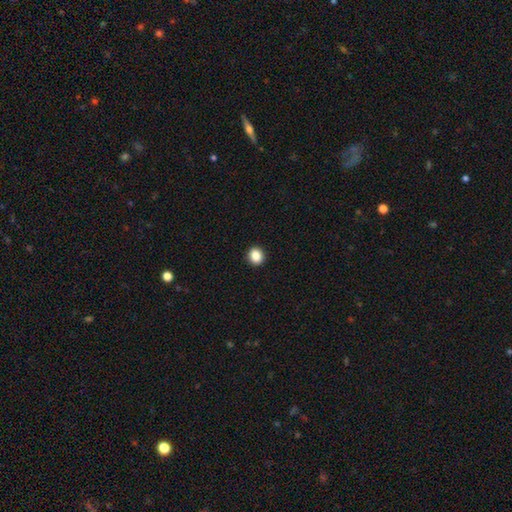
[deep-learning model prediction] smooth 86%, star or artifact 10%, featured or disk 4%. Down the decision tree: how rounded — round (78%); merging — none (93%).